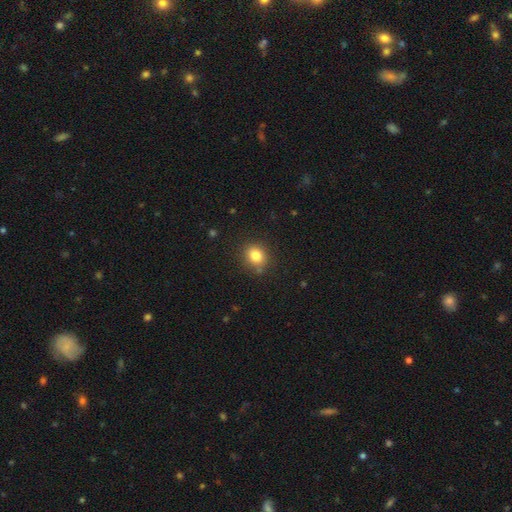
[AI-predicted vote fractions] Morphology: type=smooth (82%); roundness=round (71%); merging=none (83%).